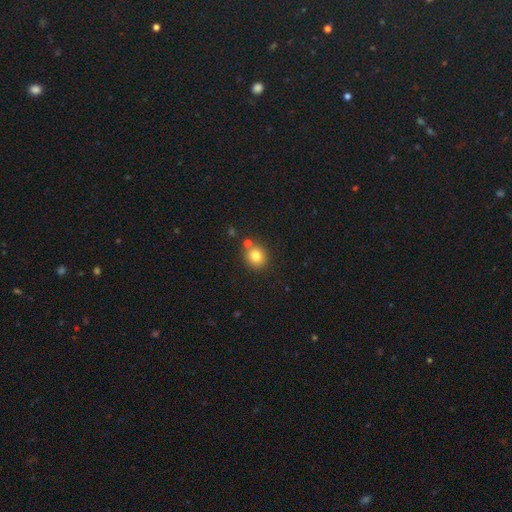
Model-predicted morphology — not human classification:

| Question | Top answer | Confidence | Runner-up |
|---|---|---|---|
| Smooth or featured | smooth | 81% | star or artifact (11%) |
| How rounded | round | 81% | in between (18%) |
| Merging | none | 73% | merger (15%) |